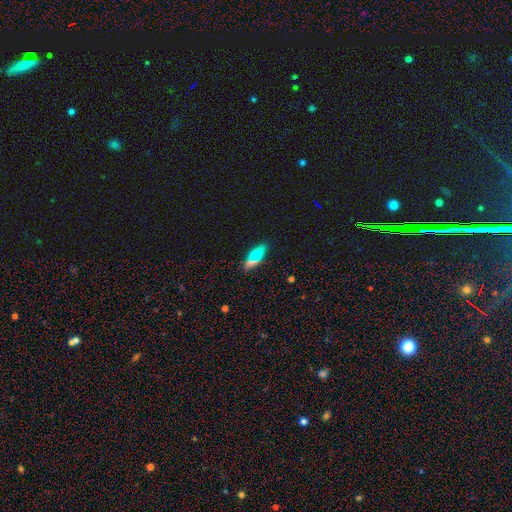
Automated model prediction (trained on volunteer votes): Smooth or featured?
  - smooth: 67% *
  - featured or disk: 20%
  - star or artifact: 13%
How rounded?
  - in between: 53% *
  - cigar-shaped: 42%
  - round: 5%
Merging?
  - none: 76% *
  - minor disturbance: 12%
  - merger: 8%
  - major disturbance: 3%